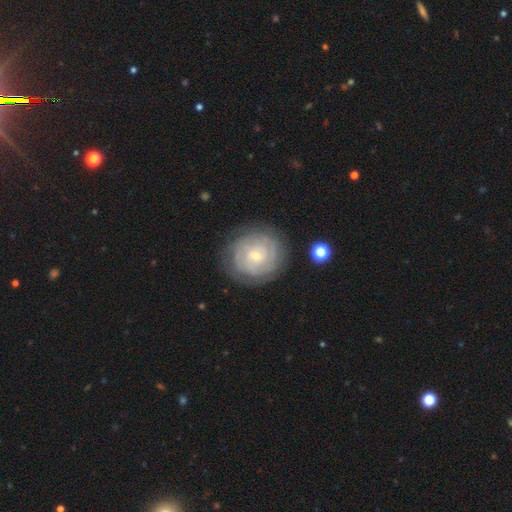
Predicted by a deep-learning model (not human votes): This is likely a featured or disk galaxy (73%). It is clearly not viewed edge-on (98%). Bar: likely no (76%). Spiral arm pattern: clearly yes (89%). Spiral arm count: marginally can't tell (45%). Spiral winding: clearly tight (83%). Central bulge: likely small (74%). Merging: clearly none (83%).